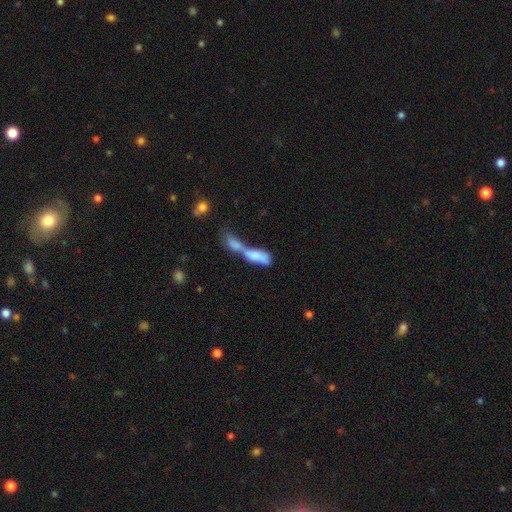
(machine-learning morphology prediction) smooth-or-featured: smooth: 67% | featured or disk: 25% | star or artifact: 8%
  how-rounded: in between: 68% | cigar-shaped: 28% | round: 4%
  merging: merger: 80% | none: 8% | major disturbance: 7% | minor disturbance: 5%